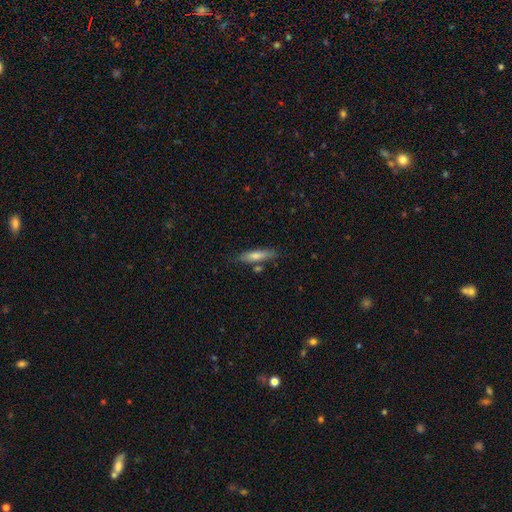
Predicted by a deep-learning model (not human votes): This appears to be a smooth galaxy with no disk features (69%) that is cigar-shaped (78%). Merging: none (76%).